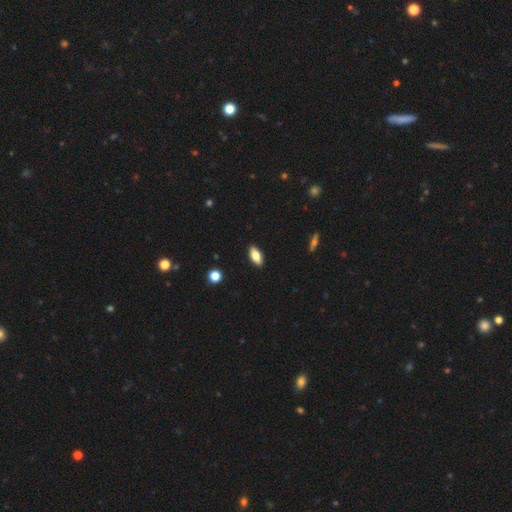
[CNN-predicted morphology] The model was most divided on "smooth or featured": smooth: 76%, featured or disk: 17%, star or artifact: 7%. More confident: merging — none (89%); how rounded — in between (86%).